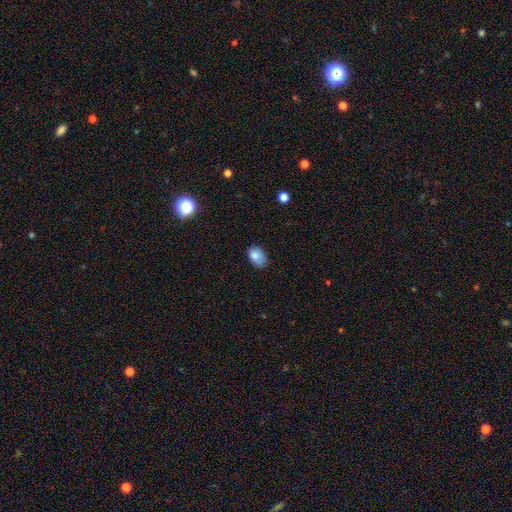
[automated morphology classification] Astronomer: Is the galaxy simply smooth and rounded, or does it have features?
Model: smooth — 82%.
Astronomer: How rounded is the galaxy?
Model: in between — 81%.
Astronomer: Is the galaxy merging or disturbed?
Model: none — 61%.